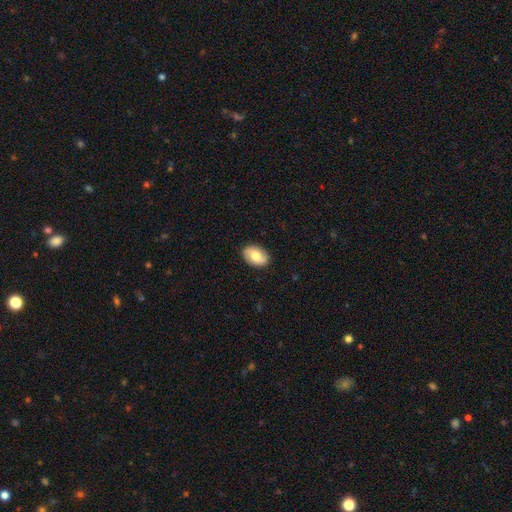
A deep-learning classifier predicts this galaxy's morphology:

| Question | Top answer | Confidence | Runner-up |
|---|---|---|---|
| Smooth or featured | smooth | 65% | featured or disk (28%) |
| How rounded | in between | 84% | round (15%) |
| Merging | none | 88% | minor disturbance (9%) |